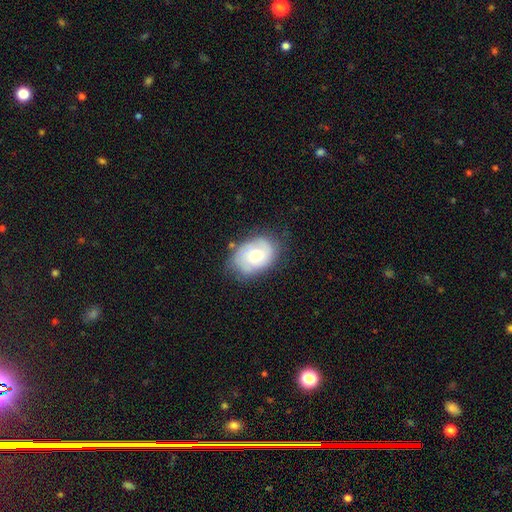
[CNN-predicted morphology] A smooth galaxy with no disk features (58%) that is in between round and cigar-shaped (74%). Merging: none (64%).